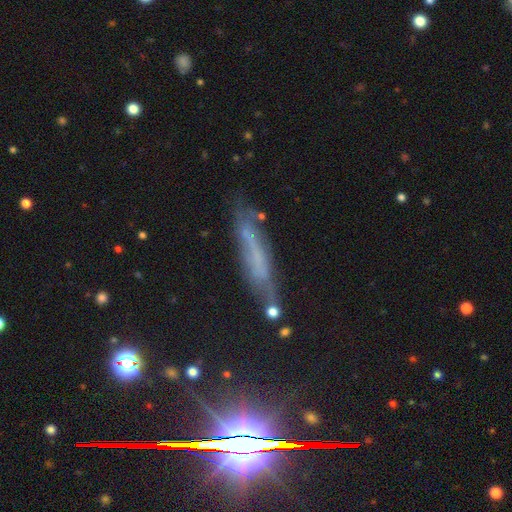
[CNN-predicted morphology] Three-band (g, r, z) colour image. It shows a featured or disk galaxy (43%). Merging: none (65%).